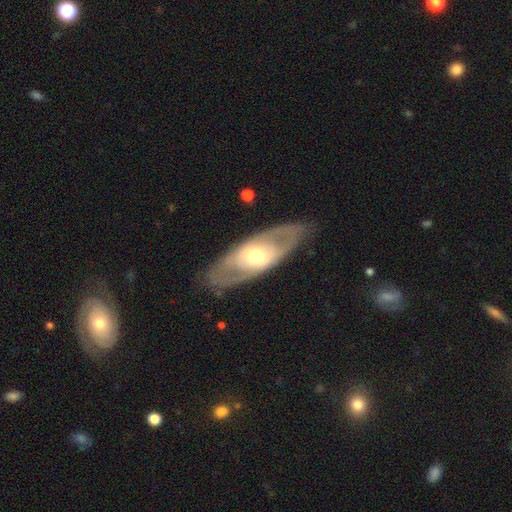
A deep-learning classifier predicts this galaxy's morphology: type=featured or disk (67%); edge-on=no (82%); bar=no (58%); spiral arms=no (61%); bulge=moderate (61%); merging=none (81%).